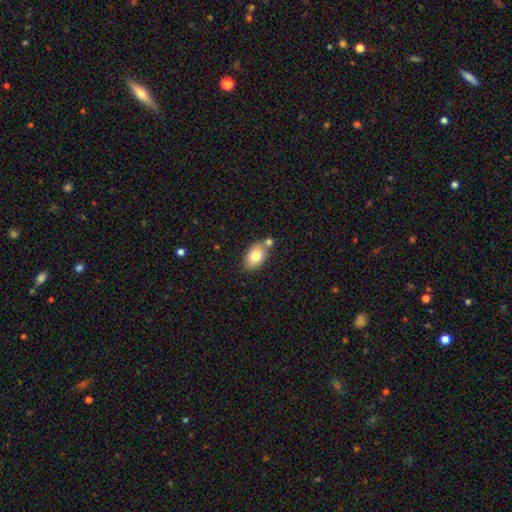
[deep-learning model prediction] Smooth or featured: smooth — 78% (featured or disk — 14%)
How rounded: in between — 86% (round — 12%)
Merging: none — 62% (merger — 19%)